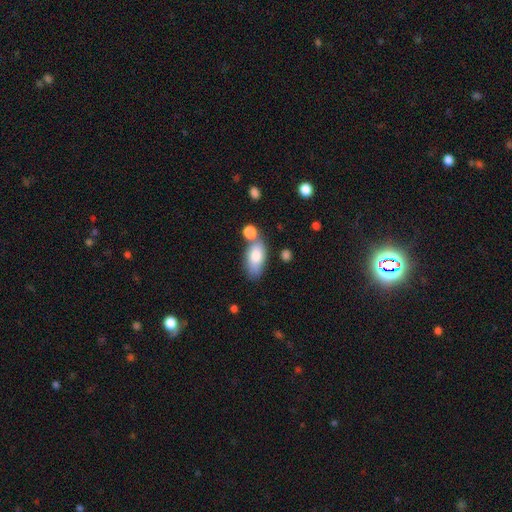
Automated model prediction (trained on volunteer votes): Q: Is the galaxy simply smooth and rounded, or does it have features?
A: smooth — 79%.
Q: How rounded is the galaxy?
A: in between — 90%.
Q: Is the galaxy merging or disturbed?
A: none — 57%.